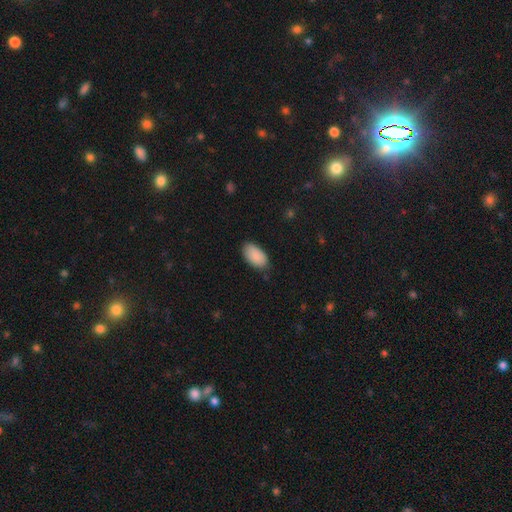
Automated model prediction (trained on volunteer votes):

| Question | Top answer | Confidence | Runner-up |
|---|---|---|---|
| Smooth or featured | smooth | 90% | star or artifact (6%) |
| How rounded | in between | 95% | round (3%) |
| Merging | none | 79% | minor disturbance (17%) |